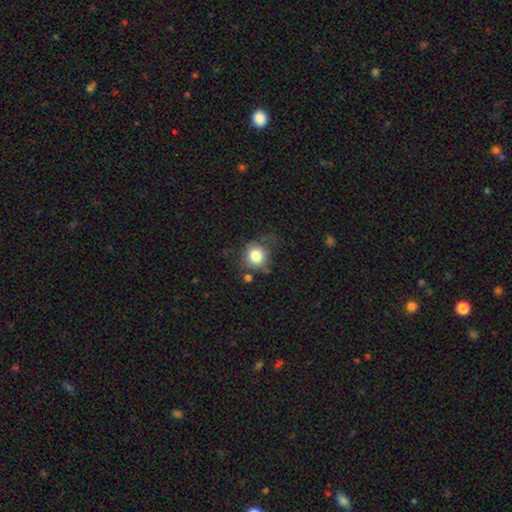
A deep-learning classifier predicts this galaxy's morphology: Smooth or featured? smooth (80%)
How rounded? round (86%)
Merging? none (64%)